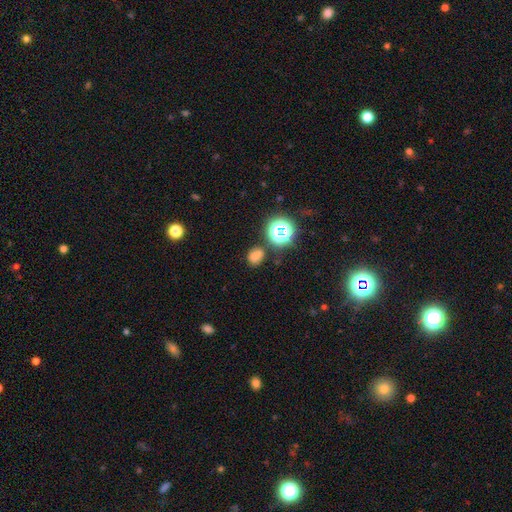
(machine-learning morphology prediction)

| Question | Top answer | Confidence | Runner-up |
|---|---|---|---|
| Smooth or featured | smooth | 67% | star or artifact (24%) |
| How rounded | in between | 54% | round (44%) |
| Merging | none | 76% | minor disturbance (13%) |